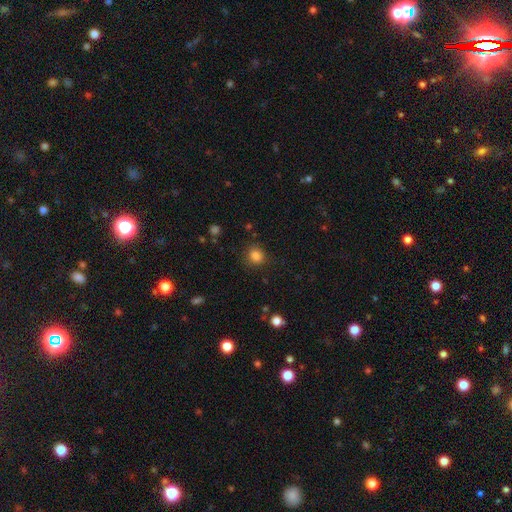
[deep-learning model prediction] Smooth or featured? smooth (84%)
How rounded? round (80%)
Merging? none (83%)